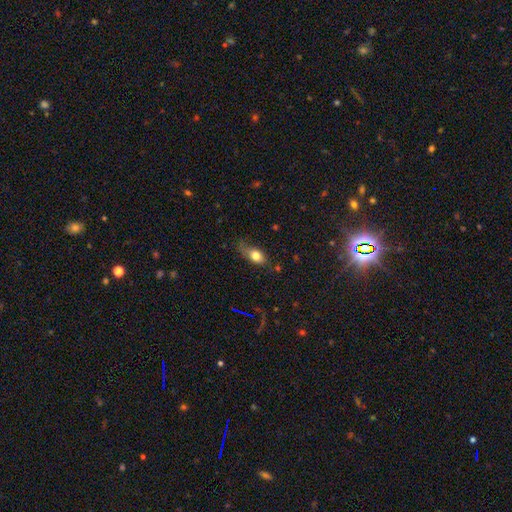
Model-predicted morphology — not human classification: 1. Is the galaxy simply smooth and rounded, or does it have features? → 77% smooth, 14% featured or disk, 9% star or artifact.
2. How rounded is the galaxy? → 82% in between, 12% round, 7% cigar-shaped.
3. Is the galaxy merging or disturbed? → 50% none, 34% minor disturbance, 14% major disturbance, 3% merger.